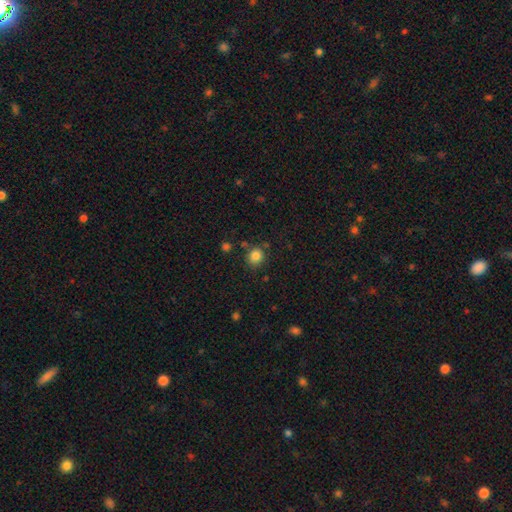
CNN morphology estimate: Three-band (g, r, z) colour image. It shows a smooth galaxy with no disk features (84%) that is round (85%). Merging: none (80%).